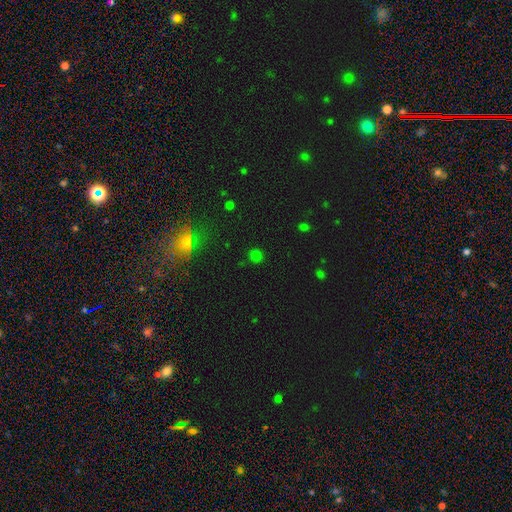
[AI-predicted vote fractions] Morphology: type=smooth (68%); roundness=round (91%); merging=none (89%).